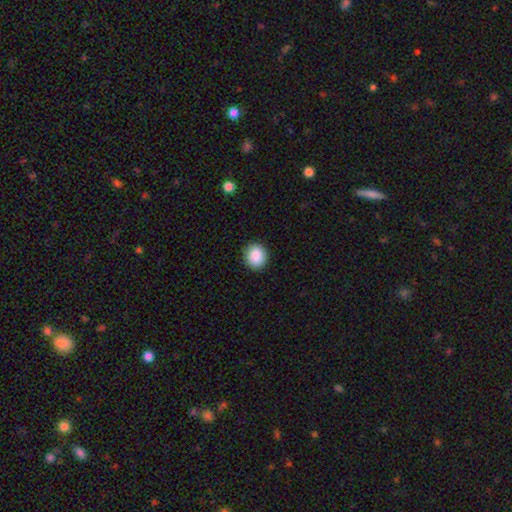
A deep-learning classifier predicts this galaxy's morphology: smooth 89%, star or artifact 8%, featured or disk 3%. Down the decision tree: how rounded — round (79%); merging — none (90%).